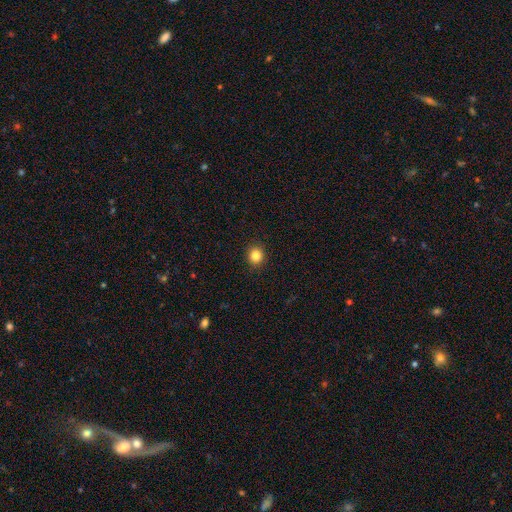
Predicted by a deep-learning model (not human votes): Smooth or featured? smooth (84%)
How rounded? round (83%)
Merging? none (91%)